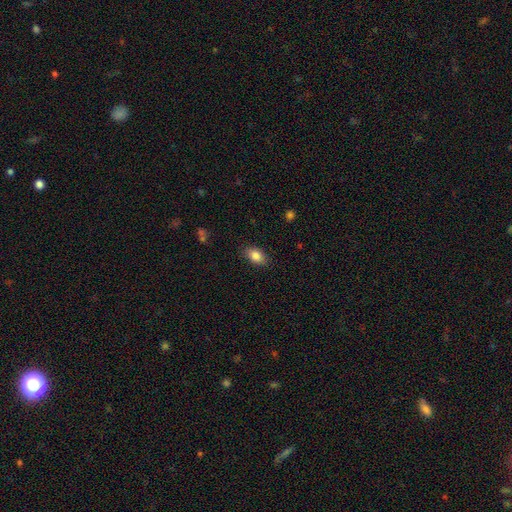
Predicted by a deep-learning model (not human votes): A smooth galaxy with no disk features (85%) that is in between round and cigar-shaped (86%).

Vote fractions:
- Smooth or featured? smooth: 85% / star or artifact: 8% / featured or disk: 7%
- How rounded? in between: 86% / round: 12% / cigar-shaped: 2%
- Merging? none: 85% / minor disturbance: 11% / major disturbance: 3% / merger: 1%